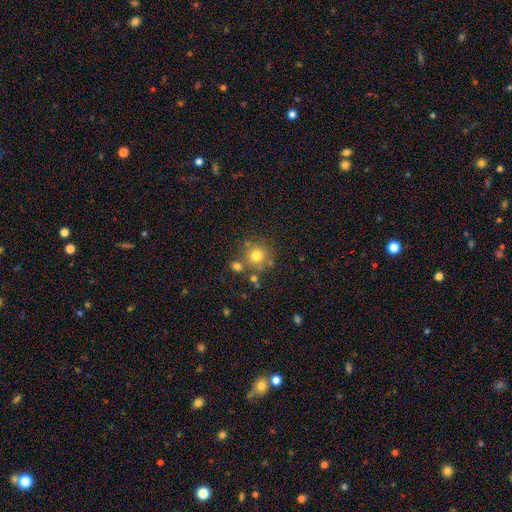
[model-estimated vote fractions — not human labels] Overall: smooth (74%). How rounded: round (91%). Merging: none (68%).